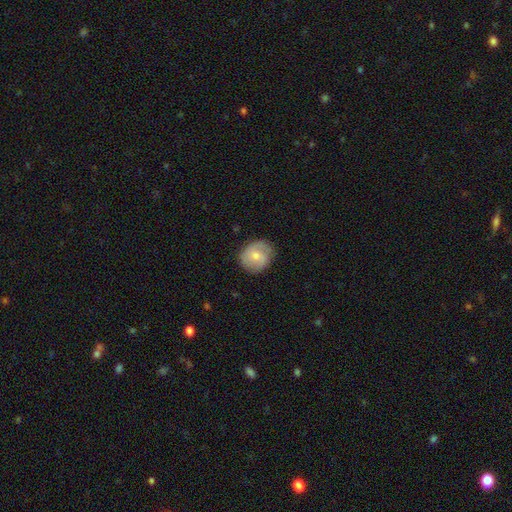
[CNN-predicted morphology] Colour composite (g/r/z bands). It shows a smooth galaxy with no disk features (58%) that is round (81%). Merging: none (76%).